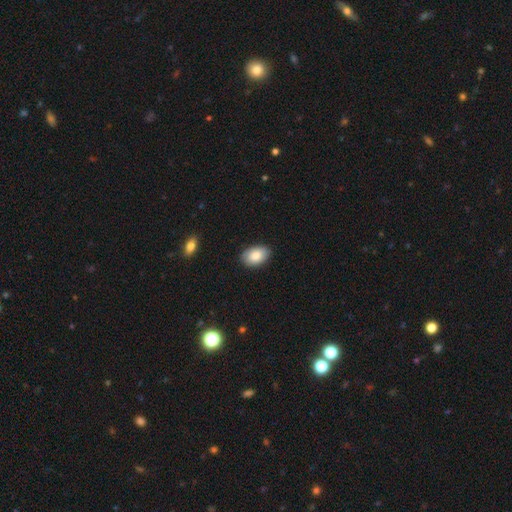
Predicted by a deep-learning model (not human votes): Overall: smooth (85%). How rounded: in between (91%). Merging: none (86%).